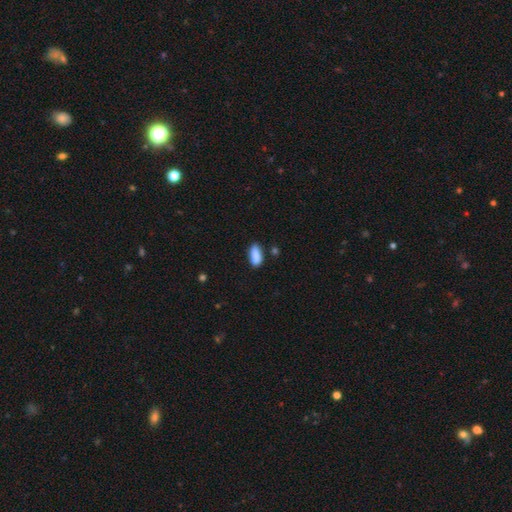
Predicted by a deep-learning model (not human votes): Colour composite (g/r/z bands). It shows a smooth galaxy with no disk features (88%) that is in between round and cigar-shaped (80%). Merging: none (75%).